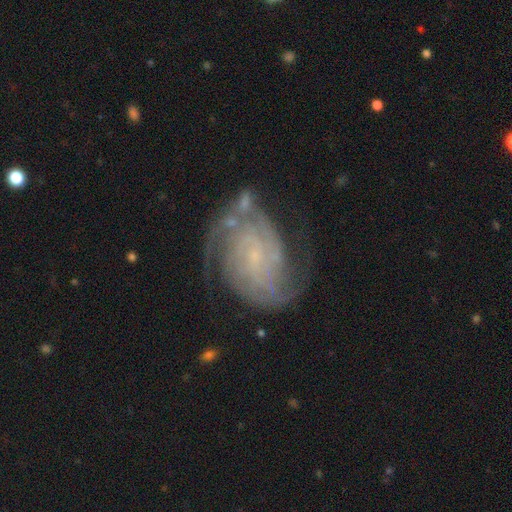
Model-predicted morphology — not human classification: featured or disk 85%, smooth 8%, star or artifact 7%. Down the decision tree: edge-on disk — no (97%); bar — no (57%); spiral arms — yes (96%); spiral arm count — 2 (32%); spiral winding — tight (59%); bulge size — small (77%); merging — none (64%).